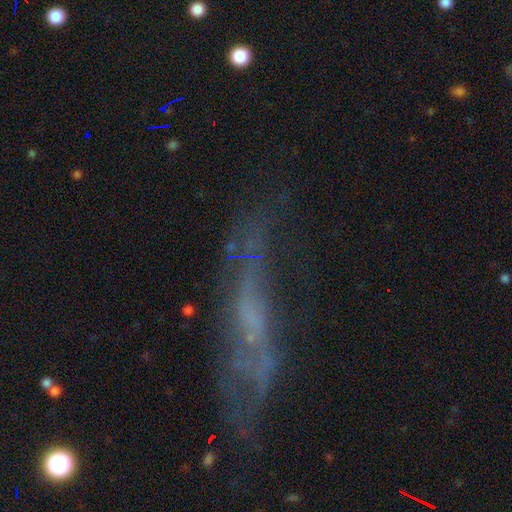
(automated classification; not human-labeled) featured or disk 46%, smooth 32%, star or artifact 22%. Down the decision tree: merging — none (49%).